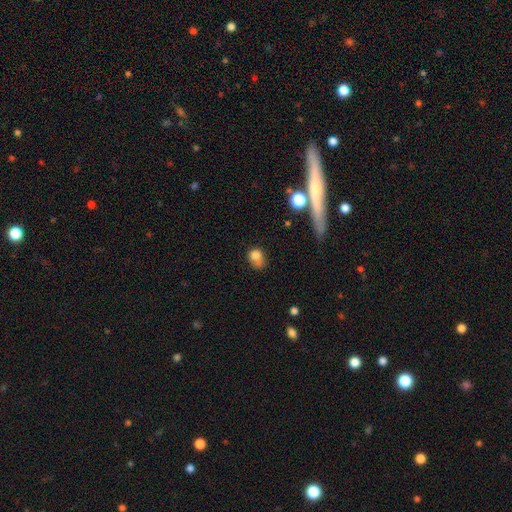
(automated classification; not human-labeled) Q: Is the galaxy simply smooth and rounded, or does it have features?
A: smooth — 77%.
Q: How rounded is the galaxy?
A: round — 50%.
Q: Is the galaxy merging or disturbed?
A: none — 38%.